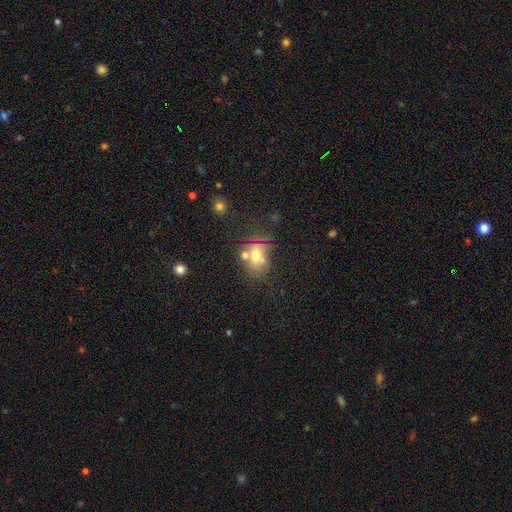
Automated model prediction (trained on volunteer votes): A smooth galaxy with no disk features (60%) that is in between round and cigar-shaped (56%). Merging: none (37%).